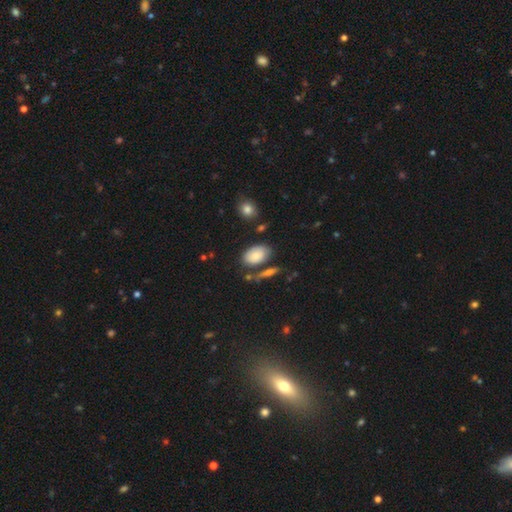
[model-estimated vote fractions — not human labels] Morphology: type=smooth (80%); roundness=in between (90%); merging=none (66%).